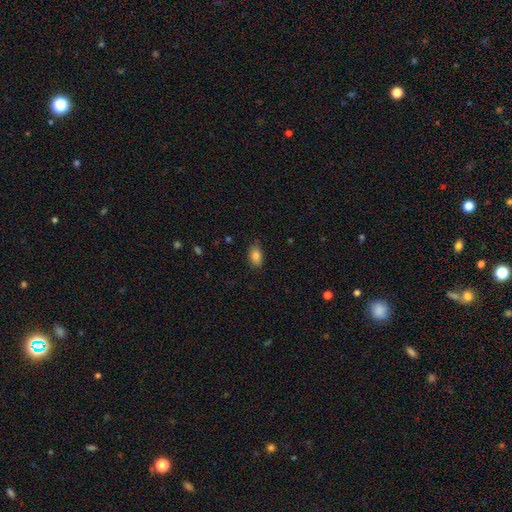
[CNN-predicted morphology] This appears to be a smooth galaxy with no disk features (85%) that is in between round and cigar-shaped (88%). Merging: none (80%).